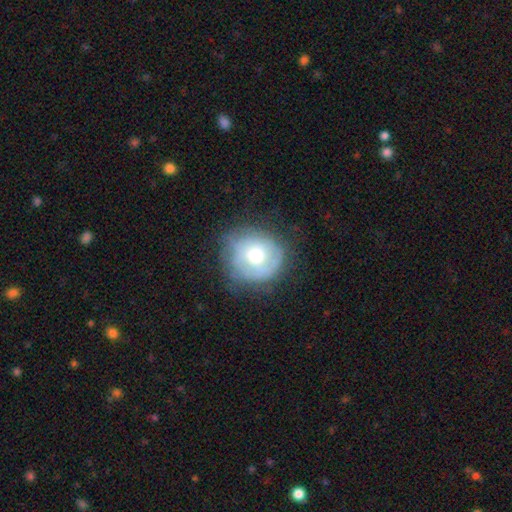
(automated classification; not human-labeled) A smooth galaxy with no disk features (50%). Merging: none (64%).